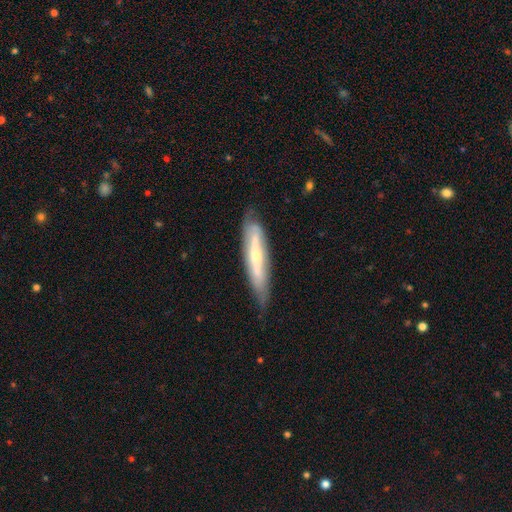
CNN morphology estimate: Q: Smooth or featured?
A: featured or disk (65%); runner-up: smooth (30%)
Q: Edge-on disk?
A: yes (60%); runner-up: no (40%)
Q: Merging?
A: none (71%); runner-up: minor disturbance (22%)